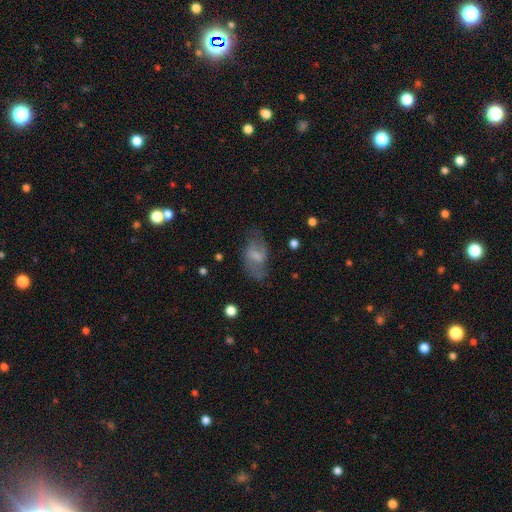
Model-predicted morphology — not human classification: featured or disk 46%, smooth 45%, star or artifact 8%. Down the decision tree: merging — none (57%).